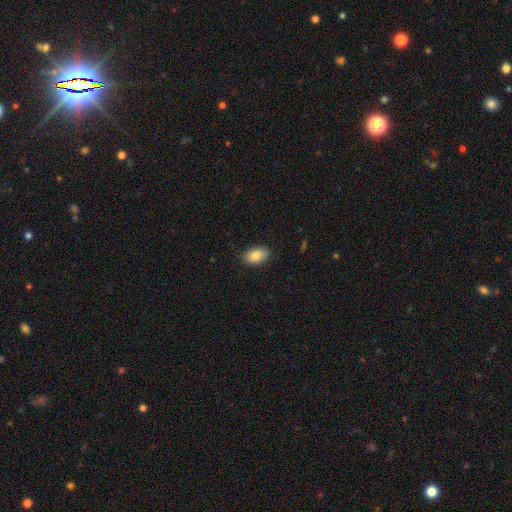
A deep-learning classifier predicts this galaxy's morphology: Smooth or featured? Predicted: smooth (p=0.87). How rounded? Predicted: in between (p=0.91). Merging? Predicted: none (p=0.86).